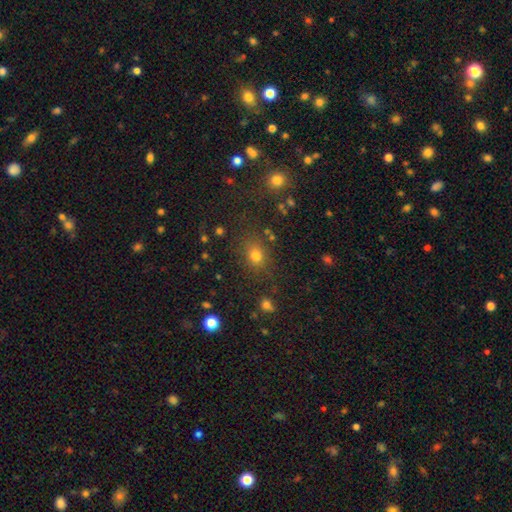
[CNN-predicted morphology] Smooth or featured? smooth (73%)
How rounded? round (62%)
Merging? none (77%)